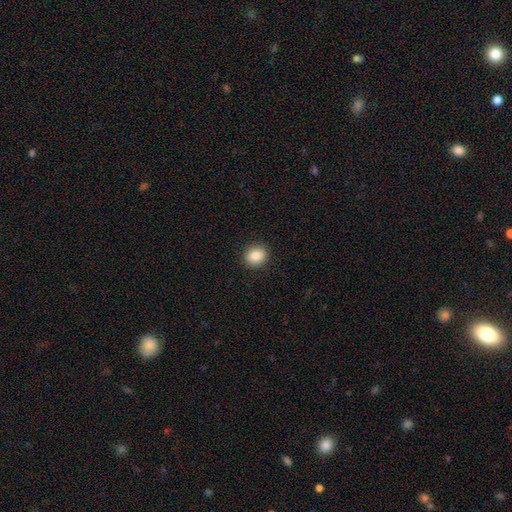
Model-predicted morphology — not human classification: The model was most divided on "how rounded": round: 73%, in between: 26%, cigar-shaped: 1%. More confident: merging — none (91%); smooth or featured — smooth (88%).